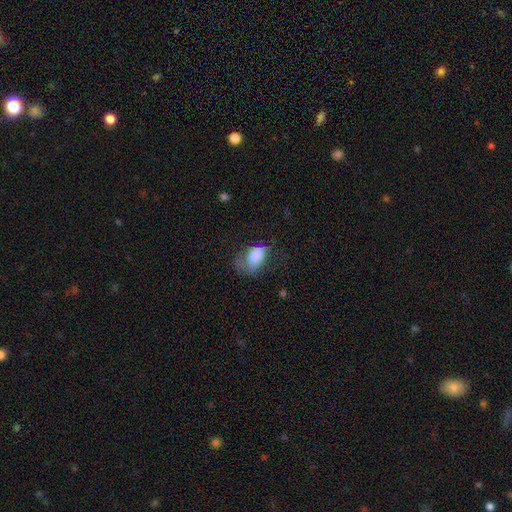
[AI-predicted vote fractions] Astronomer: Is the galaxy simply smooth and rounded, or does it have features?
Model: smooth — 75%.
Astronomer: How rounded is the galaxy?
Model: in between — 88%.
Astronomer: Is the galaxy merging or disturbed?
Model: major disturbance — 42% (runner-up: minor disturbance, 28%).